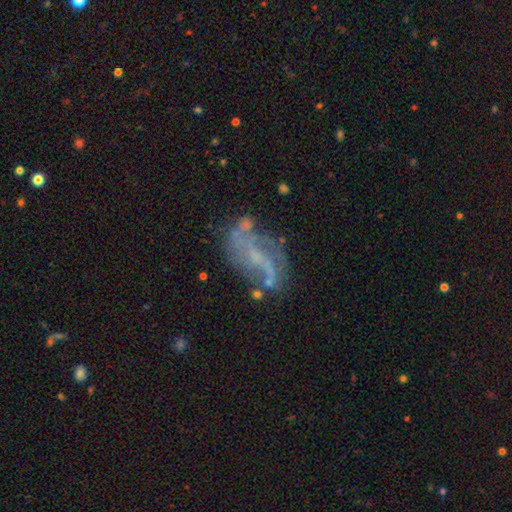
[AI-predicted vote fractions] The model was most divided on "bar": no: 43%, weak: 40%, strong: 17%. Remaining: edge-on disk — no (95%); spiral arms — yes (76%); smooth or featured — featured or disk (74%); spiral winding — loose (65%); spiral arm count — 2 (61%); merging — none (53%); bulge size — none (47%).